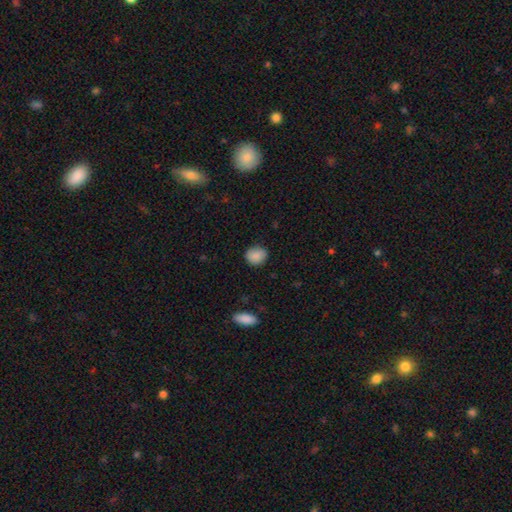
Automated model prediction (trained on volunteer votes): smooth_or_featured: smooth (p=0.88) [alt: star or artifact p=0.08]
how_rounded: round (p=0.69) [alt: in between p=0.29]
merging: none (p=0.84) [alt: minor disturbance p=0.12]